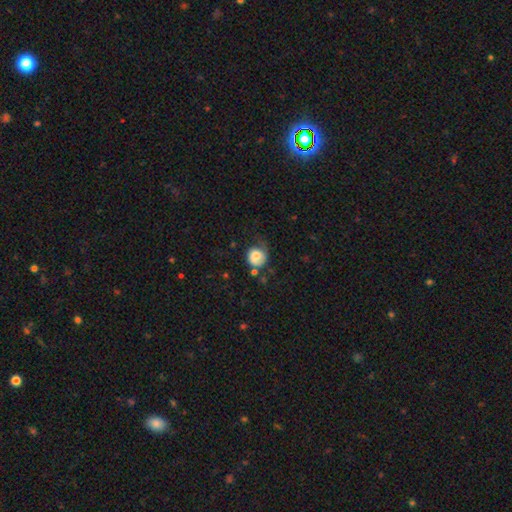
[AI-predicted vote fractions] A smooth galaxy with no disk features (62%) that is round (77%).

Vote fractions:
- Smooth or featured? smooth: 62% / featured or disk: 30% / star or artifact: 8%
- How rounded? round: 77% / in between: 22% / cigar-shaped: 1%
- Merging? none: 44% / minor disturbance: 30% / major disturbance: 21% / merger: 5%